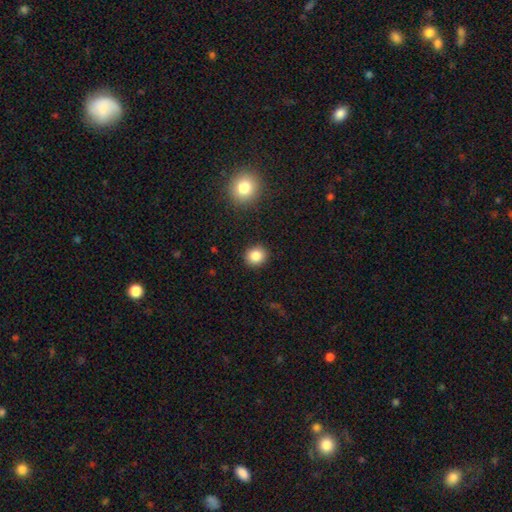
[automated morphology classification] smooth-or-featured: smooth: 85% | star or artifact: 10% | featured or disk: 5%
  how-rounded: round: 83% | in between: 16% | cigar-shaped: 1%
  merging: none: 91% | minor disturbance: 6% | major disturbance: 2% | merger: 1%